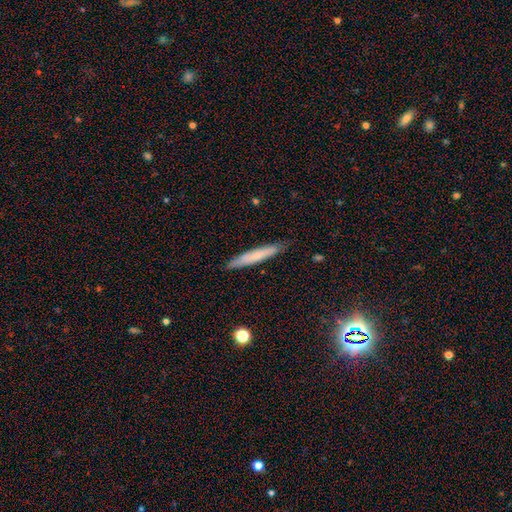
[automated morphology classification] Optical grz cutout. It shows a smooth galaxy with no disk features (67%) that is cigar-shaped (94%). Merging: none (88%).